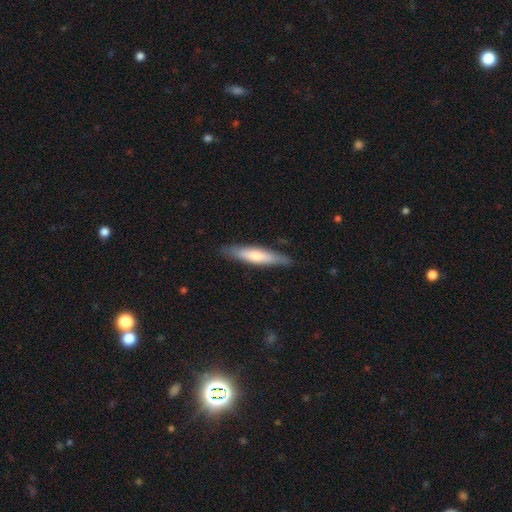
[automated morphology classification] This is likely a smooth galaxy (62%). How rounded: clearly cigar-shaped (83%). Merging: clearly none (86%).